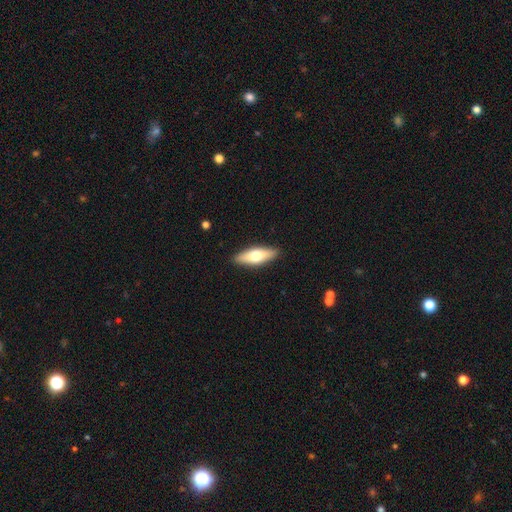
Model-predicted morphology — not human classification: This is possibly a smooth galaxy (59%). How rounded: possibly in between (55%). Merging: clearly none (89%).